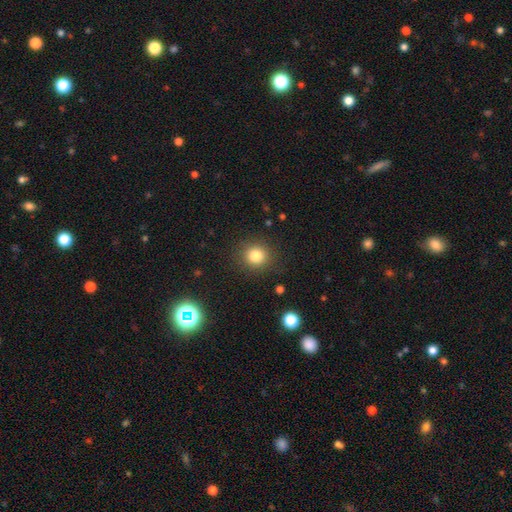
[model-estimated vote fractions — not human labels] The model was most divided on "smooth or featured": smooth: 81%, star or artifact: 13%, featured or disk: 6%. More confident: how rounded — round (89%); merging — none (88%).